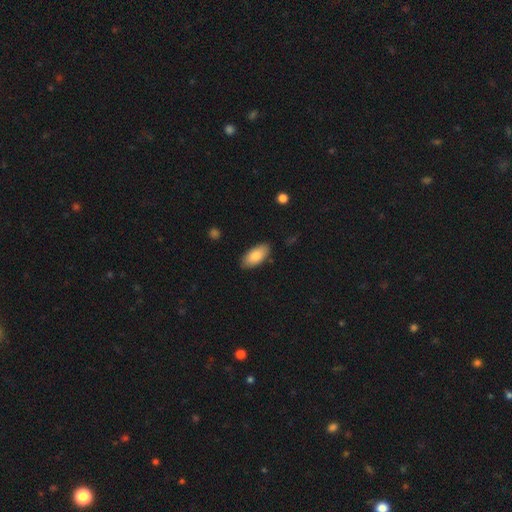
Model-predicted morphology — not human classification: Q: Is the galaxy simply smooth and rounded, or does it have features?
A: smooth — 84%.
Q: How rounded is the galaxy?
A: in between — 93%.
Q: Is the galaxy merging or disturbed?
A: none — 86%.